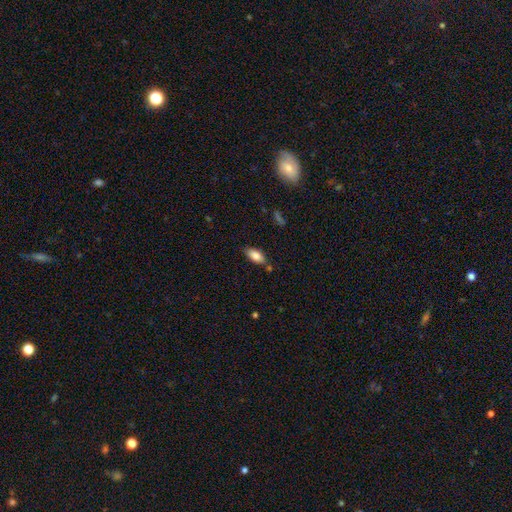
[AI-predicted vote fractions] A smooth galaxy with no disk features (81%) that is in between round and cigar-shaped (89%).

Vote fractions:
- Smooth or featured? smooth: 81% / featured or disk: 12% / star or artifact: 7%
- How rounded? in between: 89% / cigar-shaped: 9% / round: 3%
- Merging? none: 75% / minor disturbance: 16% / merger: 6% / major disturbance: 3%